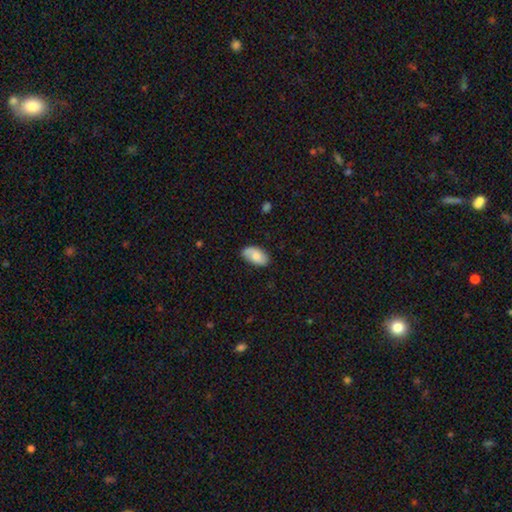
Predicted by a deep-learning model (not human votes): smooth_or_featured: smooth (p=0.72) [alt: featured or disk p=0.22]
how_rounded: in between (p=0.94) [alt: round p=0.04]
merging: none (p=0.74) [alt: minor disturbance p=0.20]